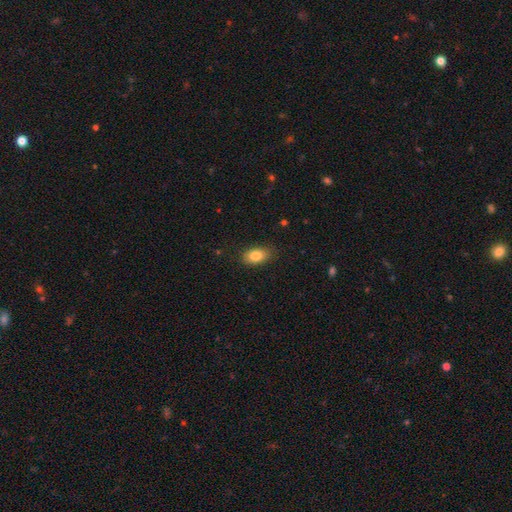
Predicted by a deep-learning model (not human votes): Smooth or featured? Predicted: smooth (p=0.83). How rounded? Predicted: in between (p=0.88). Merging? Predicted: none (p=0.84).